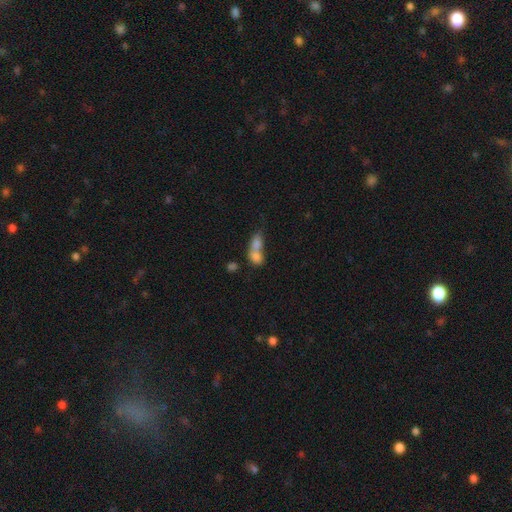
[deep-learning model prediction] Smooth or featured: smooth — 76% (featured or disk — 15%)
How rounded: in between — 67% (round — 28%)
Merging: merger — 74% (none — 16%)